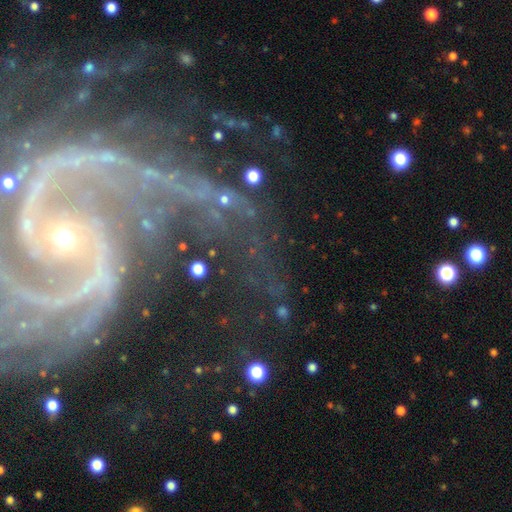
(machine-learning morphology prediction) A featured or disk galaxy (64%) with no bar (45%), spiral arms (83%) and a small central bulge (59%). Merging: none (53%).